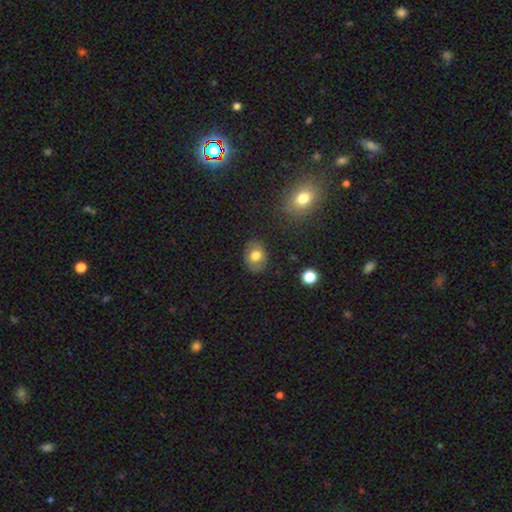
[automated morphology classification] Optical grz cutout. It shows a smooth galaxy with no disk features (75%) that is in between round and cigar-shaped (56%). Merging: none (82%).